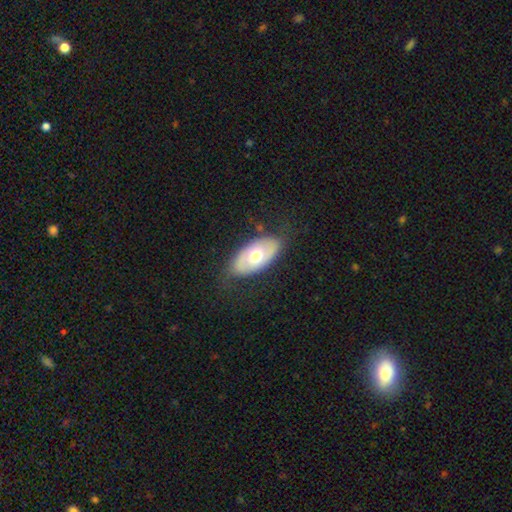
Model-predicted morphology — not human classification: A smooth galaxy with no disk features (49%). Merging: none (77%).